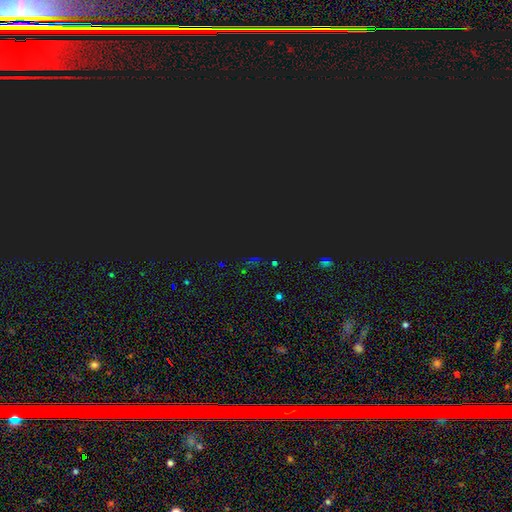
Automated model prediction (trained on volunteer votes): Smooth or featured: star or artifact — 78% (smooth — 15%)